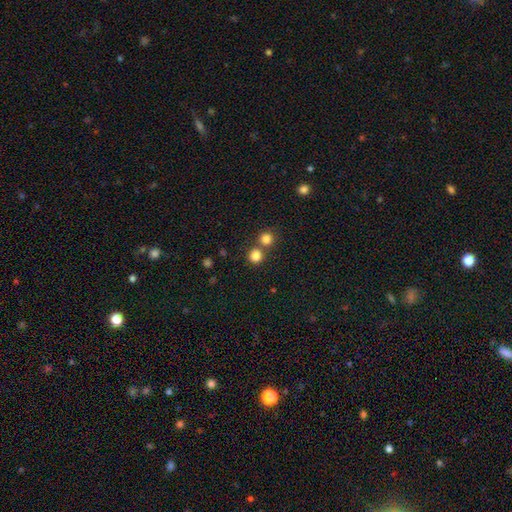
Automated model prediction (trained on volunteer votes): A smooth galaxy with no disk features (82%) that is round (91%). Merging: none (65%).